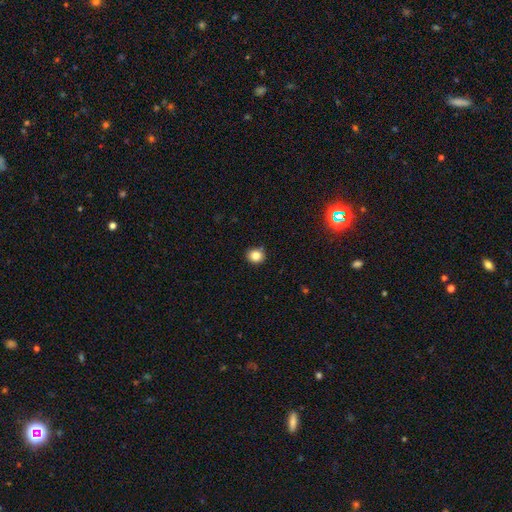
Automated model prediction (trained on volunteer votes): A smooth galaxy with no disk features (84%) that is round (82%). Merging: none (85%).